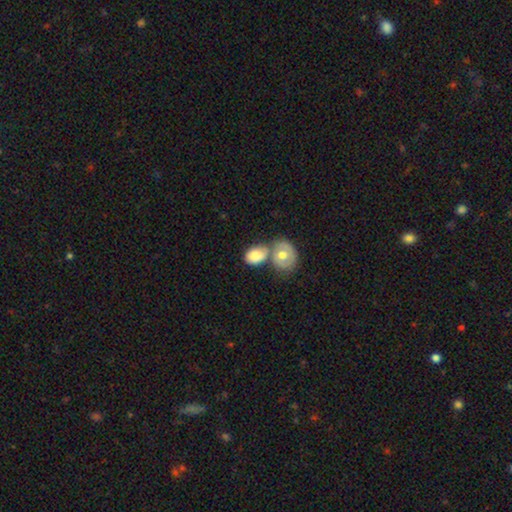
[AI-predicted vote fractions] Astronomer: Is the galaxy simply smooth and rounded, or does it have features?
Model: smooth — 74%.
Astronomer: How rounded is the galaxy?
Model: in between — 69%.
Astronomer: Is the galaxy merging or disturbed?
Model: merger — 52% (runner-up: none, 27%).